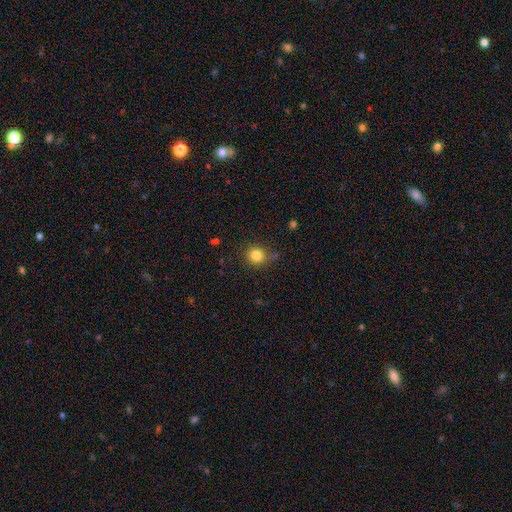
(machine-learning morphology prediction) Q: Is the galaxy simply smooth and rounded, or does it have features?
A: smooth — 83%.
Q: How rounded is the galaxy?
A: round — 83%.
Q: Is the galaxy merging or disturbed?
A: none — 77%.